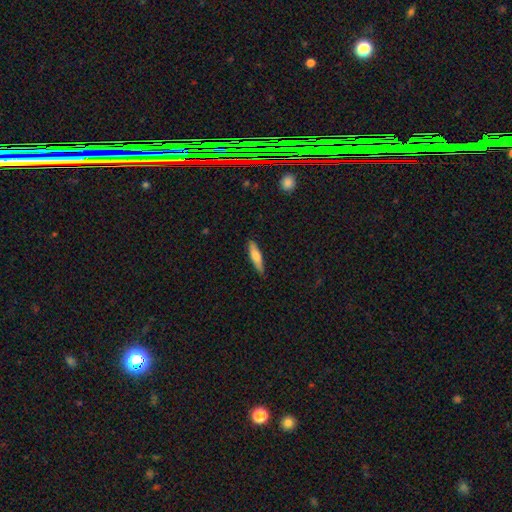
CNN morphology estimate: This appears to be a smooth galaxy with no disk features (70%) that is cigar-shaped (76%). Merging: none (84%).